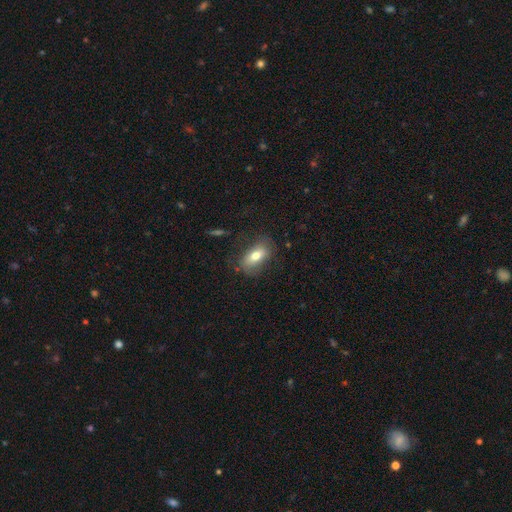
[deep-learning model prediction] Smooth or featured?
  - smooth: 71% *
  - featured or disk: 20%
  - star or artifact: 8%
How rounded?
  - in between: 86% *
  - cigar-shaped: 7%
  - round: 6%
Merging?
  - none: 70% *
  - minor disturbance: 20%
  - major disturbance: 9%
  - merger: 2%